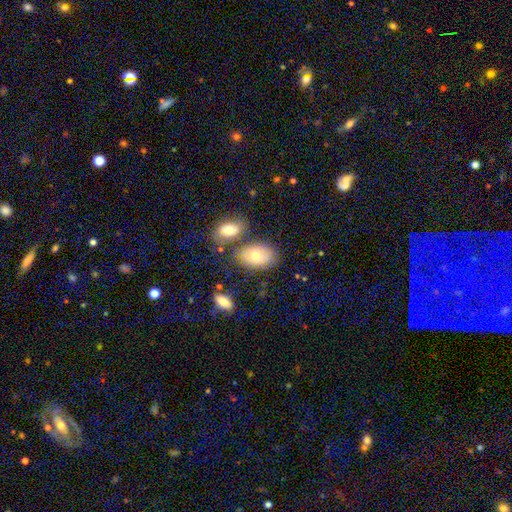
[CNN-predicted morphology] Overall: smooth (71%). How rounded: in between (88%). Merging: none (66%).